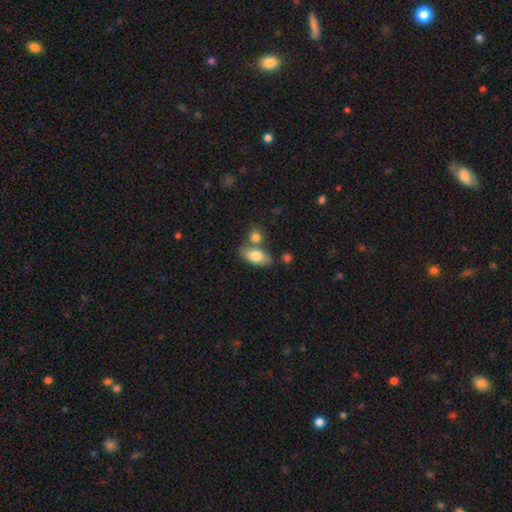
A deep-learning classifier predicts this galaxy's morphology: smooth-or-featured: smooth: 75% | featured or disk: 19% | star or artifact: 6%
  how-rounded: in between: 88% | cigar-shaped: 7% | round: 5%
  merging: none: 62% | merger: 22% | minor disturbance: 12% | major disturbance: 3%